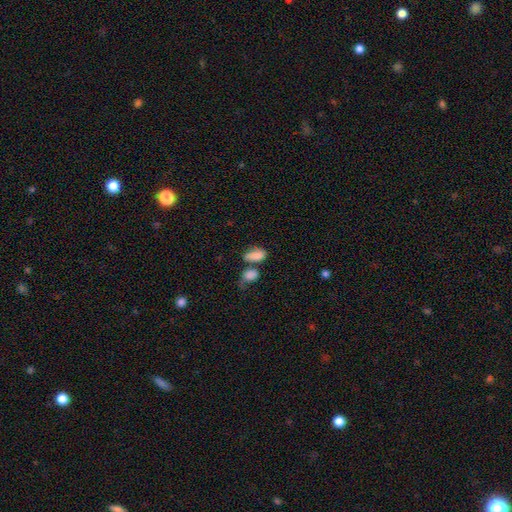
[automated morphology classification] This is likely a smooth galaxy (78%). How rounded: clearly in between (87%). Merging: marginally merger (43%).